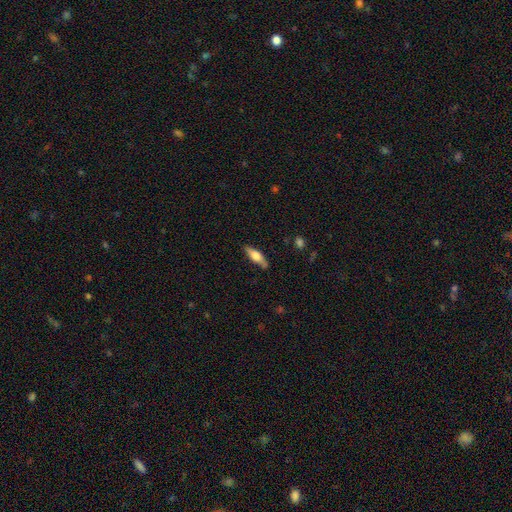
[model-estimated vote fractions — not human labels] A smooth galaxy with no disk features (55%) that is in between round and cigar-shaped (50%).

Vote fractions:
- Smooth or featured? smooth: 55% / featured or disk: 39% / star or artifact: 6%
- How rounded? in between: 50% / cigar-shaped: 47% / round: 3%
- Merging? none: 80% / minor disturbance: 15% / major disturbance: 3% / merger: 2%